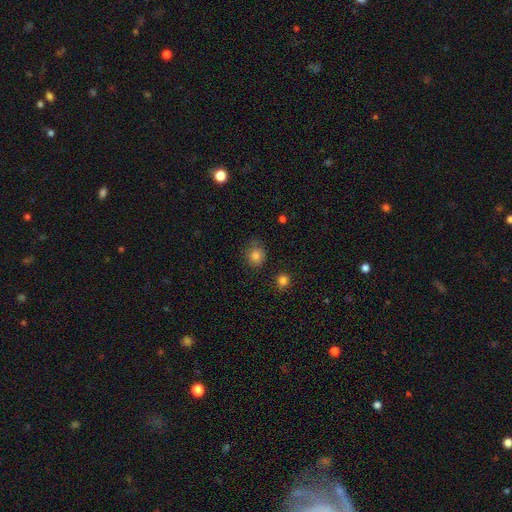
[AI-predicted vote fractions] A smooth galaxy with no disk features (82%) that is round (82%). Merging: none (75%).